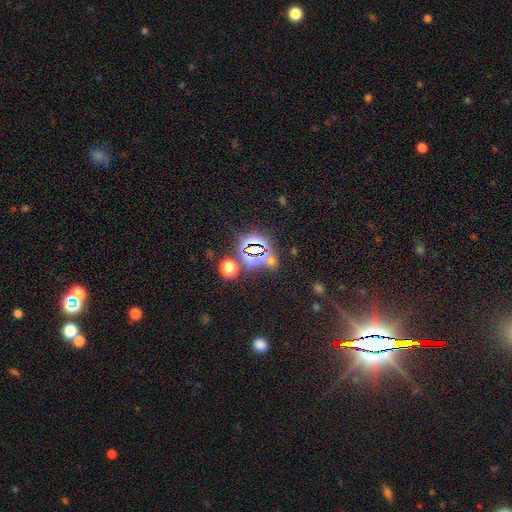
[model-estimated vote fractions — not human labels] Q: Smooth or featured?
A: star or artifact (82%); runner-up: smooth (11%)